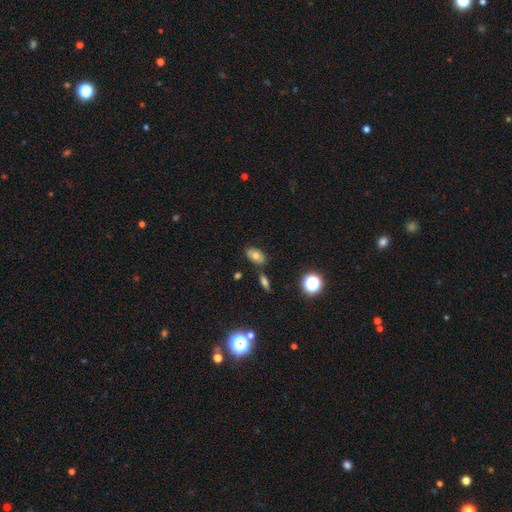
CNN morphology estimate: smooth-or-featured: smooth: 66% | featured or disk: 21% | star or artifact: 13%
  how-rounded: in between: 88% | round: 10% | cigar-shaped: 2%
  merging: none: 74% | minor disturbance: 14% | merger: 9% | major disturbance: 3%